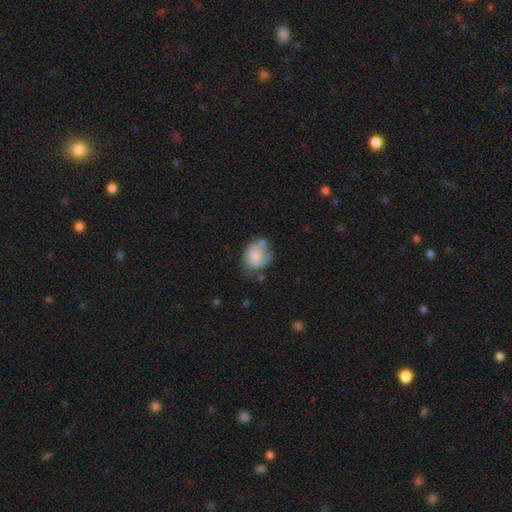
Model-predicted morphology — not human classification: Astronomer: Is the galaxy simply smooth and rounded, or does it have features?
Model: smooth — 75%.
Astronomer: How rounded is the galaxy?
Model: round — 56% (runner-up: in between, 43%).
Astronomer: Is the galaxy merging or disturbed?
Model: none — 46% (runner-up: minor disturbance, 28%).